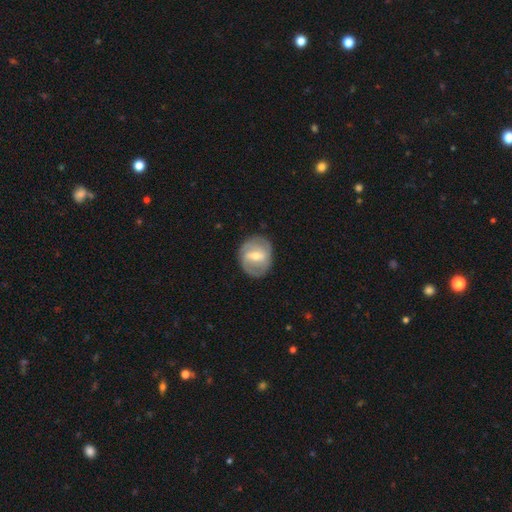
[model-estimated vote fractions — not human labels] smooth_or_featured: featured or disk (p=0.70) [alt: smooth p=0.25]
disk_edge_on: no (p=0.96) [alt: yes p=0.04]
bar: weak (p=0.48) [alt: strong p=0.38]
has_spiral_arms: yes (p=0.80) [alt: no p=0.20]
spiral_winding: tight (p=0.41) [alt: medium p=0.40]
spiral_arm_count: 2 (p=0.62) [alt: can't tell p=0.21]
bulge_size: moderate (p=0.54) [alt: small p=0.40]
merging: none (p=0.80) [alt: minor disturbance p=0.14]